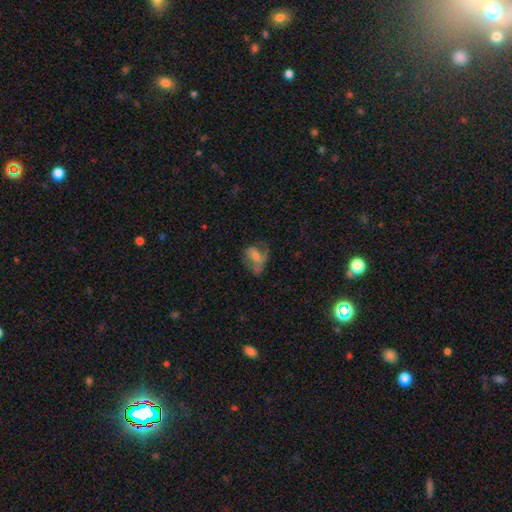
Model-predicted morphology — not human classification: featured or disk 47%, smooth 41%, star or artifact 11%. Down the decision tree: merging — none (38%).